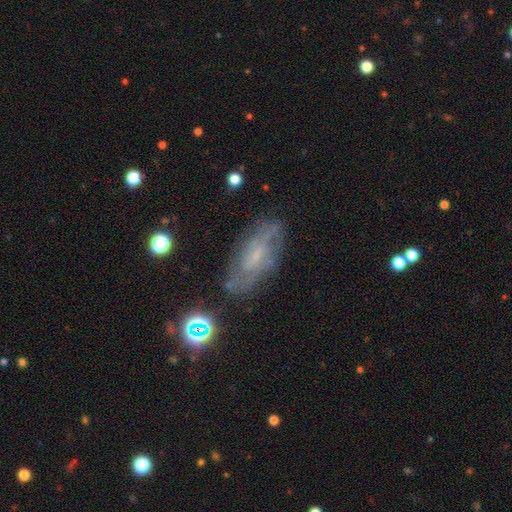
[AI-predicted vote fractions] Smooth or featured? Predicted: featured or disk (p=0.64). Edge-on disk? Predicted: no (p=0.90). Bar? Predicted: no (p=0.50). Spiral arms? Predicted: yes (p=0.80). Bulge size? Predicted: small (p=0.58). Merging? Predicted: none (p=0.74).